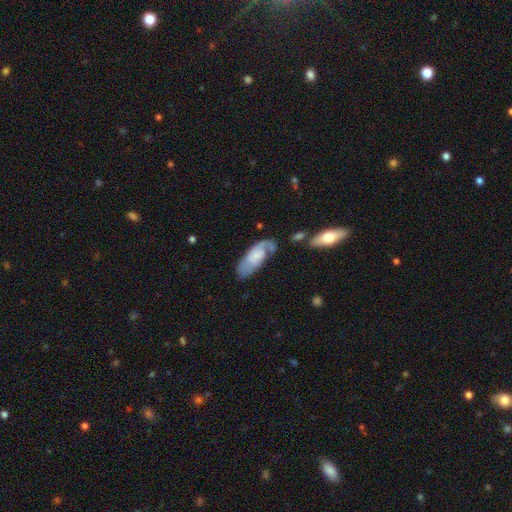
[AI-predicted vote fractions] A featured or disk galaxy (50%). Merging: none (49%).